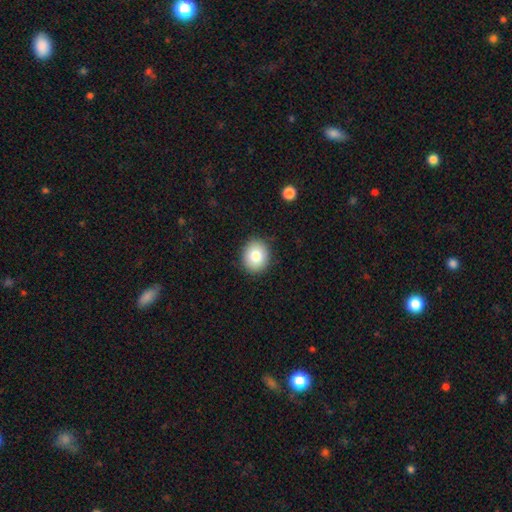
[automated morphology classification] Smooth or featured? smooth (80%)
How rounded? round (71%)
Merging? none (89%)